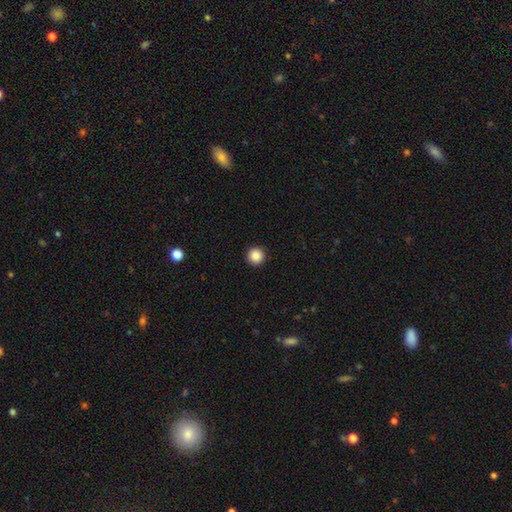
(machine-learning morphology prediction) Smooth or featured? smooth (88%)
How rounded? round (96%)
Merging? none (93%)